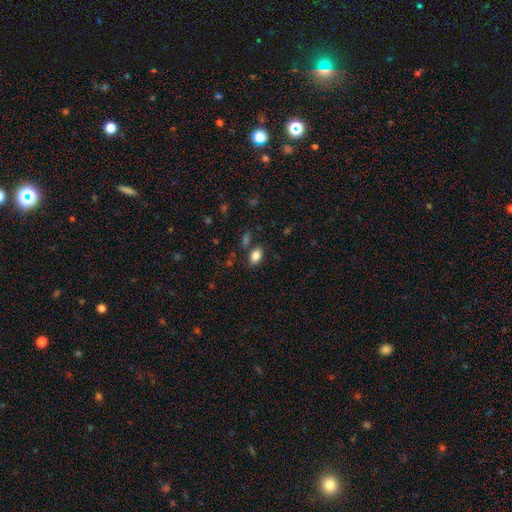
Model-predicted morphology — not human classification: Smooth or featured: smooth — 85% (star or artifact — 10%)
How rounded: in between — 85% (round — 14%)
Merging: none — 81% (minor disturbance — 11%)